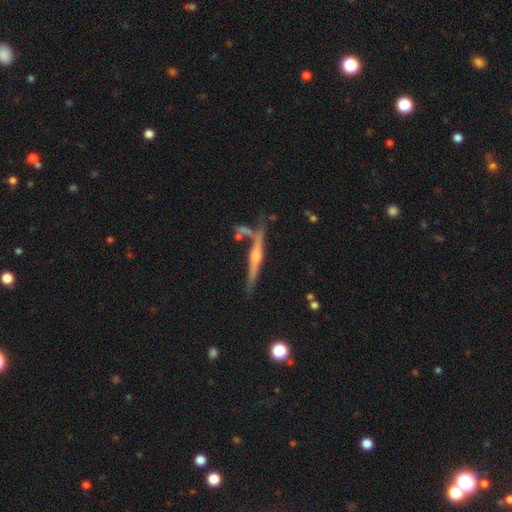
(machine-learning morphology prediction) Smooth or featured: featured or disk — 78% (smooth — 14%)
Edge-on disk: yes — 95% (no — 5%)
Edge-on bulge: rounded — 81% (none — 12%)
Merging: none — 65% (minor disturbance — 15%)